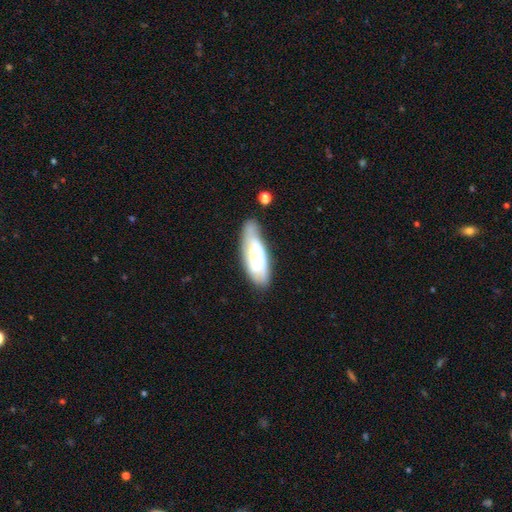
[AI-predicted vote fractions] The model was most divided on "smooth or featured": featured or disk: 49%, smooth: 43%, star or artifact: 7%. More confident: merging — none (58%).